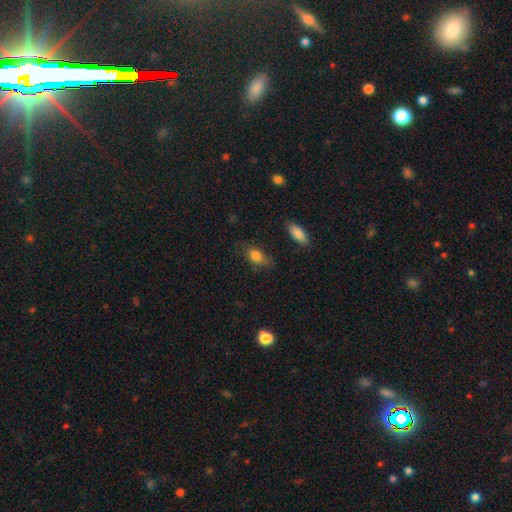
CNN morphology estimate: Overall: smooth (80%). How rounded: in between (82%). Merging: none (68%).